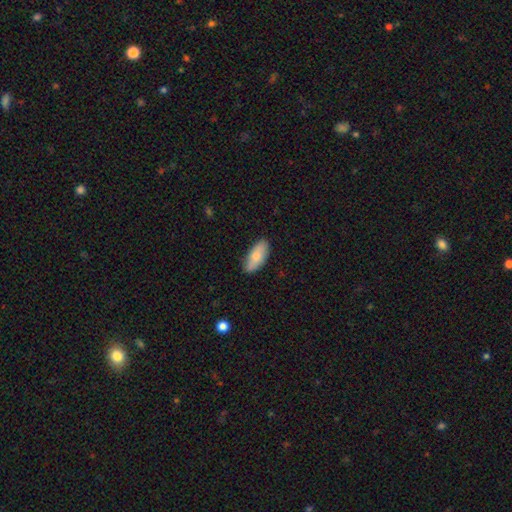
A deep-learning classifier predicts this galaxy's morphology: Q: Smooth or featured?
A: smooth (75%); runner-up: featured or disk (19%)
Q: How rounded?
A: in between (87%); runner-up: cigar-shaped (10%)
Q: Merging?
A: none (81%); runner-up: minor disturbance (15%)